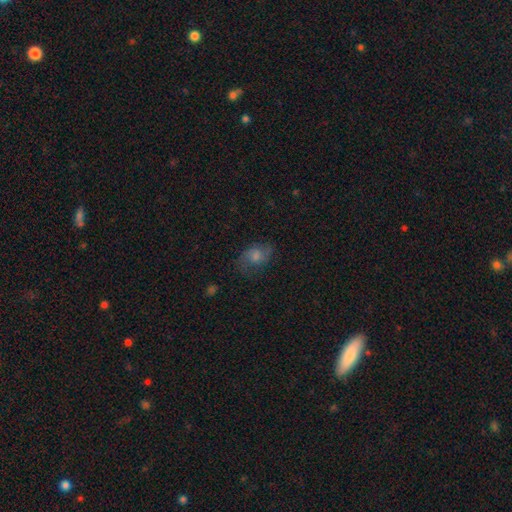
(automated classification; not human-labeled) Smooth or featured: smooth — 44% (featured or disk — 42%)
Merging: none — 69% (minor disturbance — 20%)